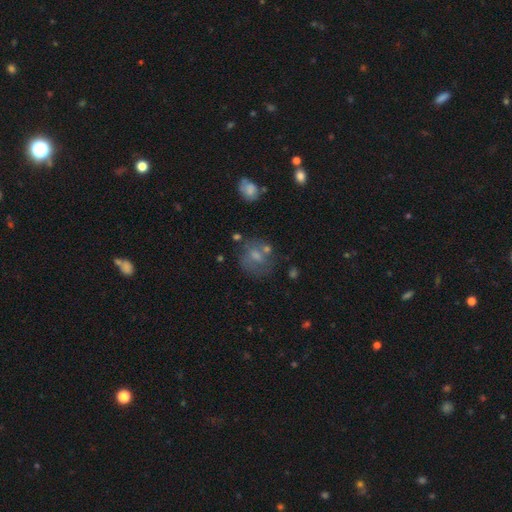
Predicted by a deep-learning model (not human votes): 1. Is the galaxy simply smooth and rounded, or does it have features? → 53% smooth, 34% featured or disk, 13% star or artifact.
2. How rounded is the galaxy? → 65% round, 34% in between, 1% cigar-shaped.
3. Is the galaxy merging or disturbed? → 50% none, 20% minor disturbance, 16% major disturbance, 13% merger.